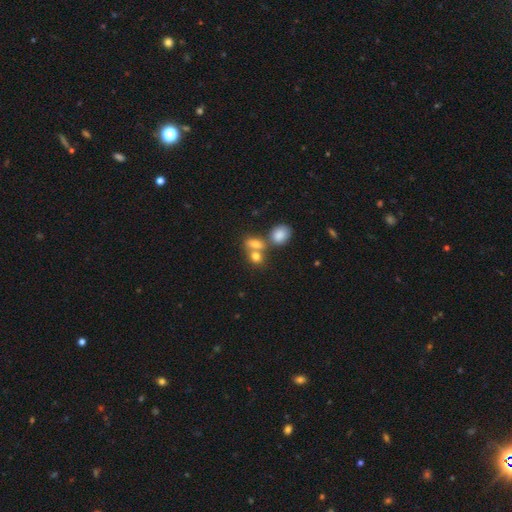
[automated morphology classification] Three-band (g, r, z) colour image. It shows a smooth galaxy with no disk features (68%) that is in between round and cigar-shaped (52%). Merging: merger (53%).